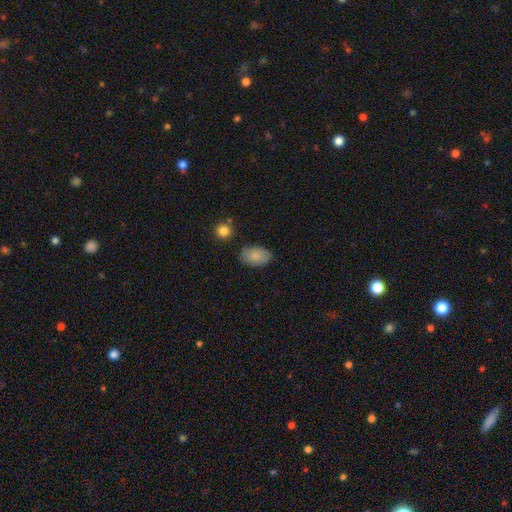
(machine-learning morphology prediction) Smooth or featured? smooth (83%)
How rounded? in between (90%)
Merging? none (76%)